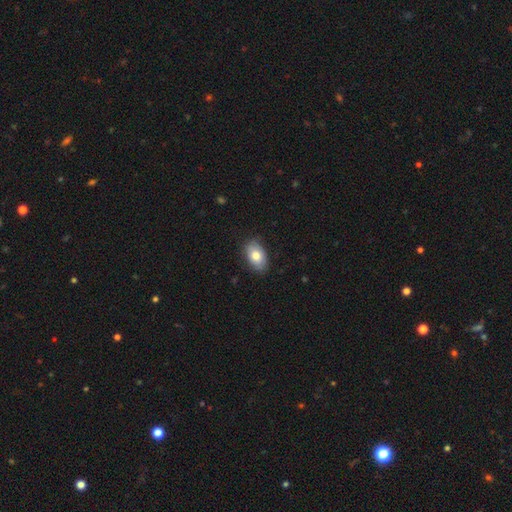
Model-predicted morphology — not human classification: smooth_or_featured: smooth (p=0.78) [alt: featured or disk p=0.15]
how_rounded: in between (p=0.90) [alt: round p=0.08]
merging: none (p=0.83) [alt: minor disturbance p=0.13]